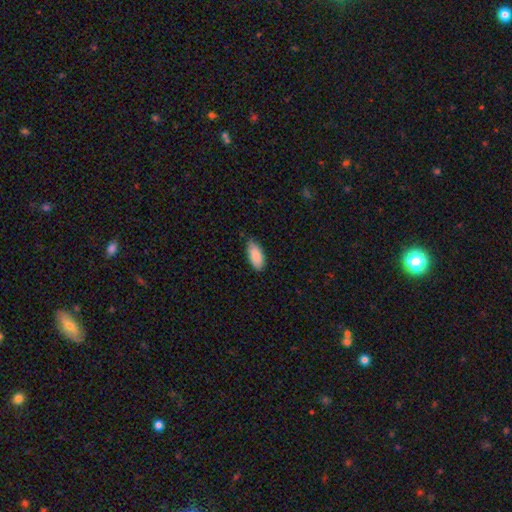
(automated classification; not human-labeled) Smooth or featured?
  - smooth: 89% *
  - star or artifact: 6%
  - featured or disk: 6%
How rounded?
  - in between: 91% *
  - cigar-shaped: 8%
  - round: 2%
Merging?
  - none: 75% *
  - minor disturbance: 21%
  - major disturbance: 2%
  - merger: 1%